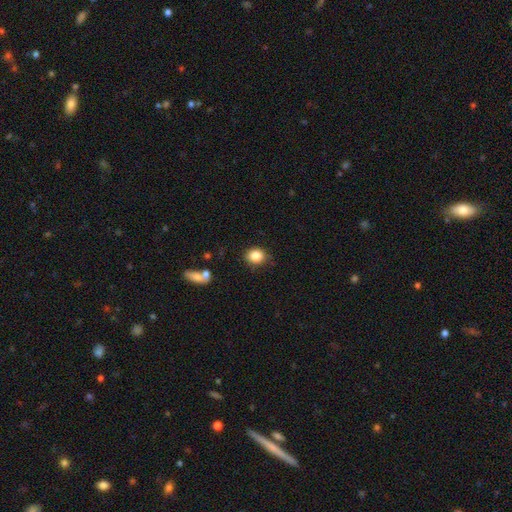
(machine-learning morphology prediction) Smooth or featured? Predicted: smooth (p=0.85). How rounded? Predicted: round (p=0.69). Merging? Predicted: none (p=0.79).